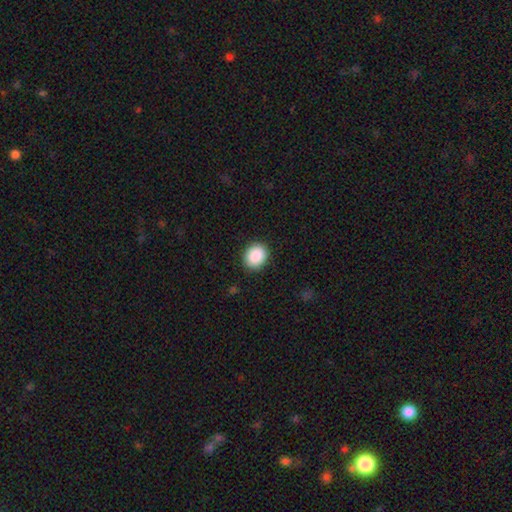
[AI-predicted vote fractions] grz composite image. It shows a smooth galaxy with no disk features (89%) that is round (63%). Merging: none (89%).